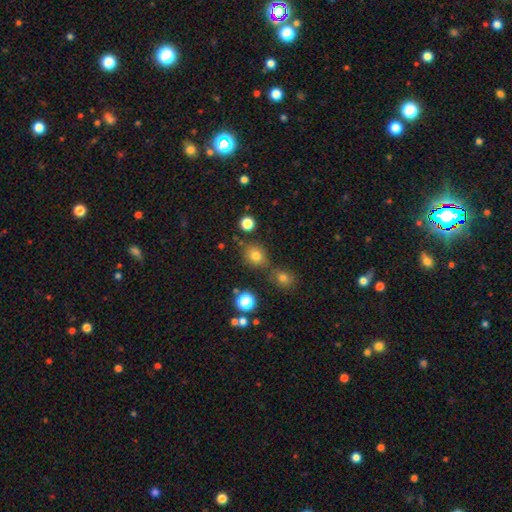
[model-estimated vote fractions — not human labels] The model was most divided on "how rounded": round: 73%, in between: 26%, cigar-shaped: 1%. More confident: smooth or featured — smooth (76%); merging — none (69%).